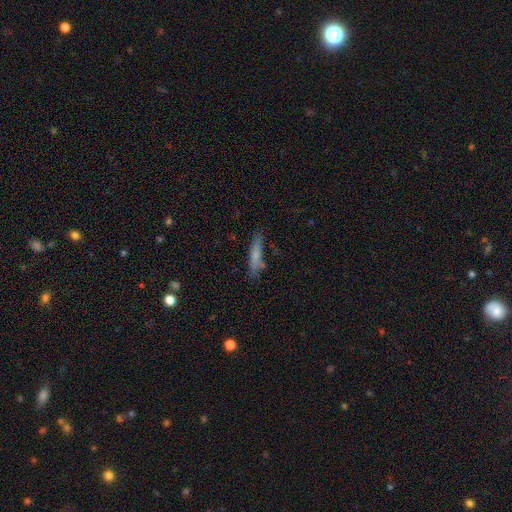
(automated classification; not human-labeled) A smooth galaxy with no disk features (69%) that is cigar-shaped (89%).

Vote fractions:
- Smooth or featured? smooth: 69% / featured or disk: 24% / star or artifact: 7%
- How rounded? cigar-shaped: 89% / in between: 10% / round: 2%
- Merging? none: 77% / minor disturbance: 15% / merger: 4% / major disturbance: 3%